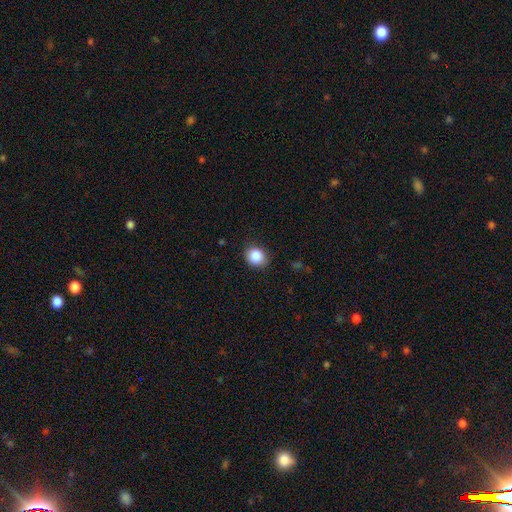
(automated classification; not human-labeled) Overall: smooth (86%). How rounded: round (68%; in between 31%). Merging: none (83%).